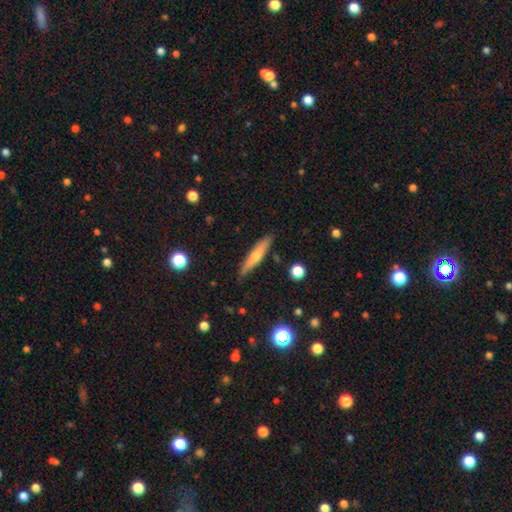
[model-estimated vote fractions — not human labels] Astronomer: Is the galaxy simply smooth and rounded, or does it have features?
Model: smooth — 52% (runner-up: featured or disk, 41%).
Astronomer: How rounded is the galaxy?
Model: cigar-shaped — 89%.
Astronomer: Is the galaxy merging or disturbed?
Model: none — 86%.